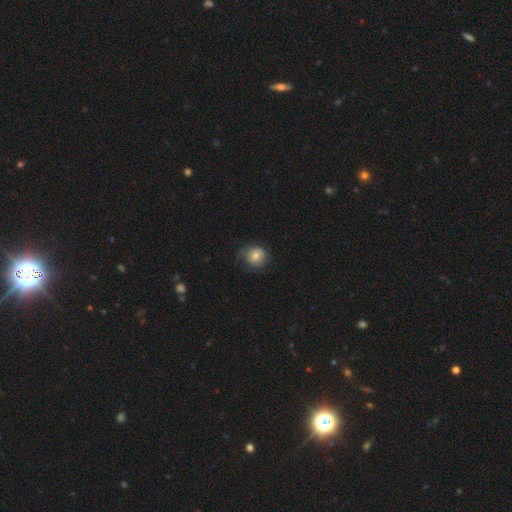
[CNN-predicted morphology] The model was most divided on "merging": none: 62%, minor disturbance: 26%, major disturbance: 11%, merger: 1%. More confident: how rounded — round (81%); smooth or featured — smooth (73%).